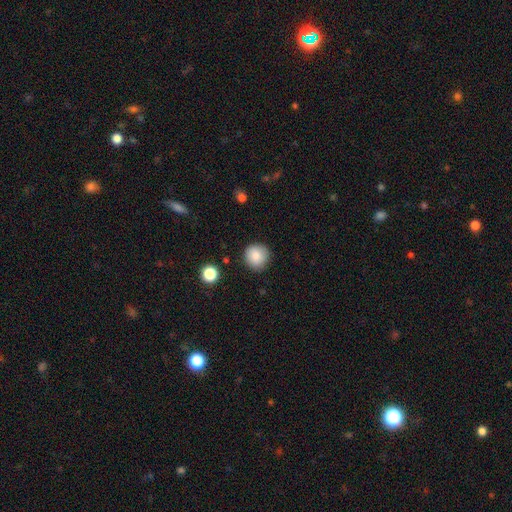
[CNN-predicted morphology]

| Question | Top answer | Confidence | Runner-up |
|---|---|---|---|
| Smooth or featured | smooth | 86% | star or artifact (9%) |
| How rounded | round | 93% | in between (6%) |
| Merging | none | 87% | minor disturbance (9%) |